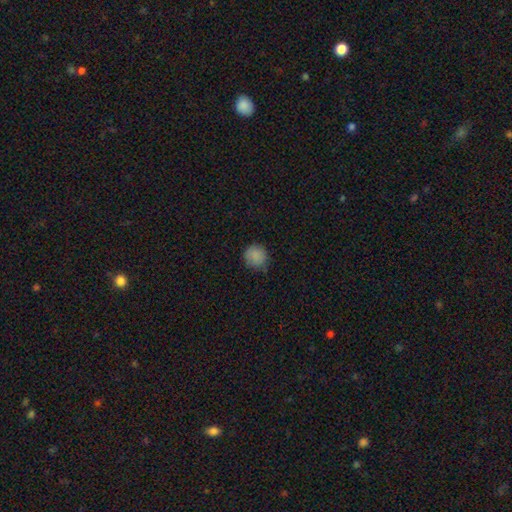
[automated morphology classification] Smooth or featured? Predicted: smooth (p=0.86). How rounded? Predicted: round (p=0.91). Merging? Predicted: none (p=0.77).